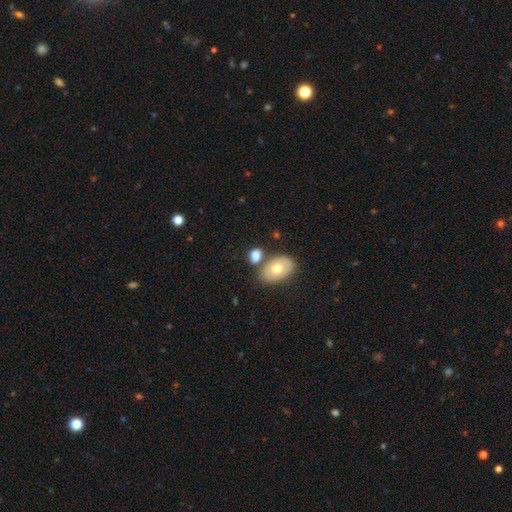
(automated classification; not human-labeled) A smooth galaxy with no disk features (74%) that is in between round and cigar-shaped (74%).

Vote fractions:
- Smooth or featured? smooth: 74% / featured or disk: 18% / star or artifact: 8%
- How rounded? in between: 74% / round: 24% / cigar-shaped: 2%
- Merging? none: 62% / merger: 20% / minor disturbance: 14% / major disturbance: 4%